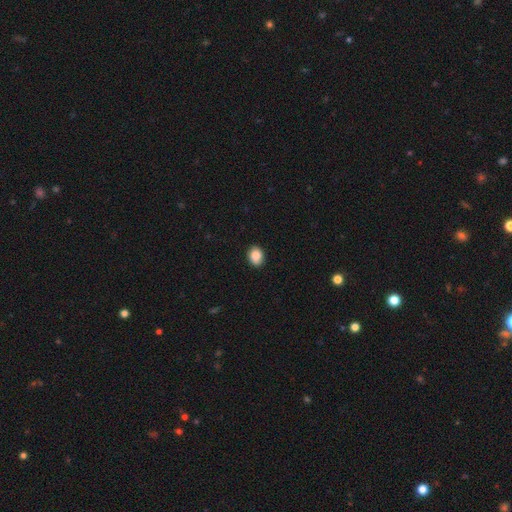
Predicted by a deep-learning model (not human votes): A smooth galaxy with no disk features (87%) that is in between round and cigar-shaped (58%).

Vote fractions:
- Smooth or featured? smooth: 87% / star or artifact: 8% / featured or disk: 5%
- How rounded? in between: 58% / round: 41% / cigar-shaped: 1%
- Merging? none: 85% / minor disturbance: 12% / major disturbance: 2% / merger: 1%